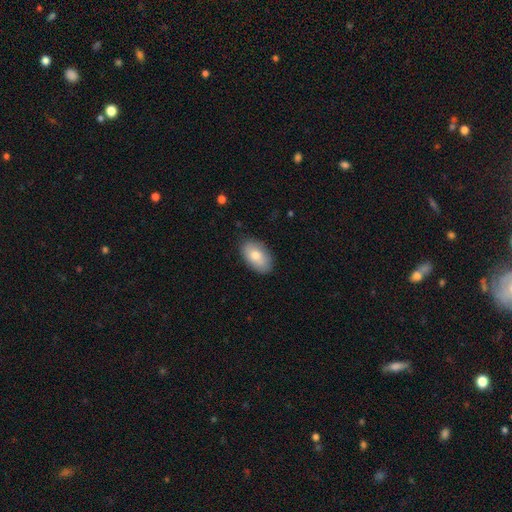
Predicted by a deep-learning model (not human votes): This appears to be a smooth galaxy with no disk features (80%) that is in between round and cigar-shaped (93%). Merging: none (83%).